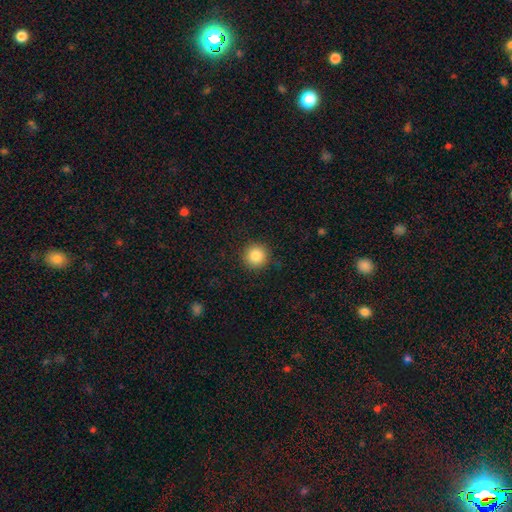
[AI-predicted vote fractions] Smooth or featured: smooth — 86% (star or artifact — 10%)
How rounded: round — 95% (in between — 4%)
Merging: none — 91% (minor disturbance — 6%)